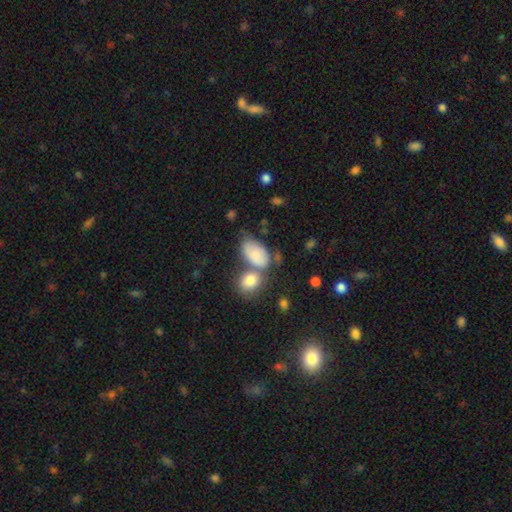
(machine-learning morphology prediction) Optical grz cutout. It shows a smooth galaxy with no disk features (78%) that is in between round and cigar-shaped (90%). Merging: none (37%).